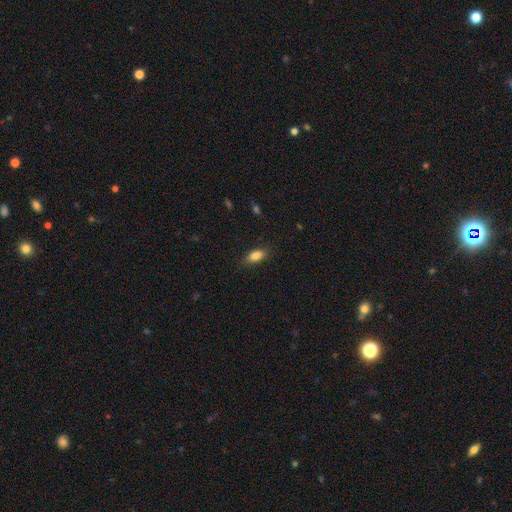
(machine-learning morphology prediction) A smooth galaxy with no disk features (86%) that is in between round and cigar-shaped (86%). Merging: none (84%).